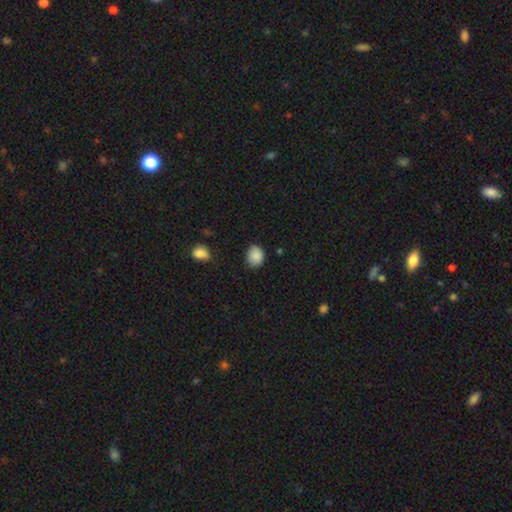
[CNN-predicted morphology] This appears to be a smooth galaxy with no disk features (88%) that is round (52%). Merging: none (74%).